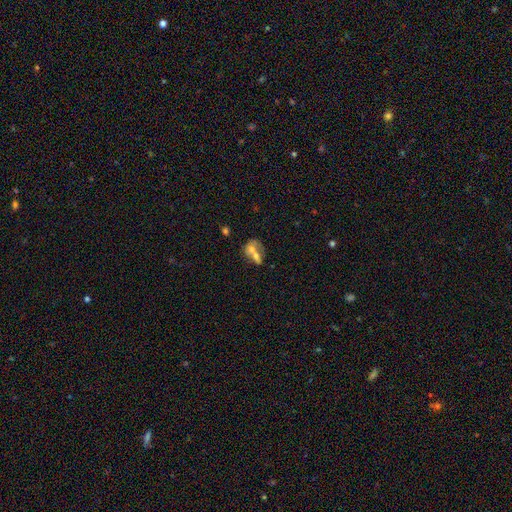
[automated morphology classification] Smooth or featured? Predicted: smooth (p=0.60). How rounded? Predicted: in between (p=0.64). Merging? Predicted: merger (p=0.68).